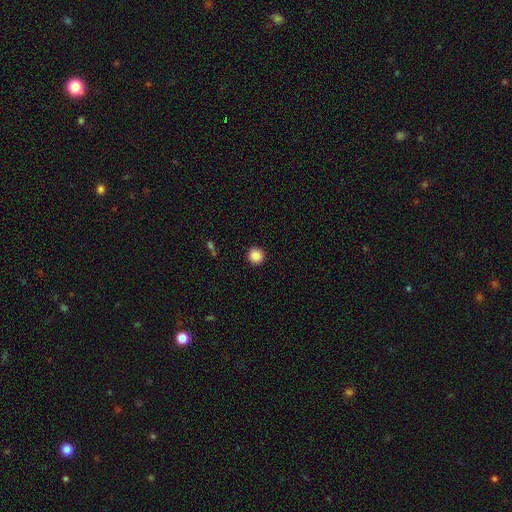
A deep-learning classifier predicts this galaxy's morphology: The model was most divided on "smooth or featured": smooth: 87%, star or artifact: 9%, featured or disk: 4%. More confident: how rounded — round (95%); merging — none (93%).